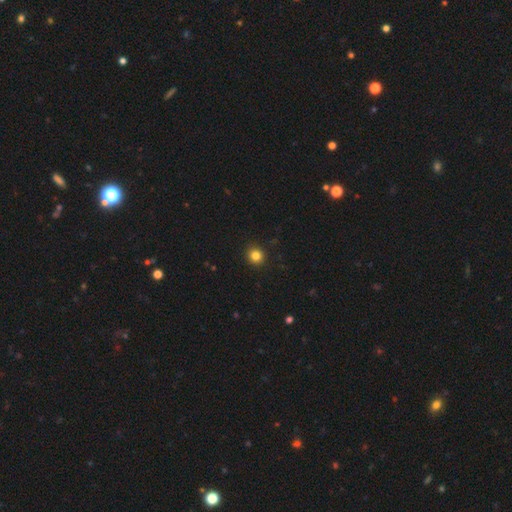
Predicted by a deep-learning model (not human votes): Smooth or featured? smooth (83%)
How rounded? round (91%)
Merging? none (92%)